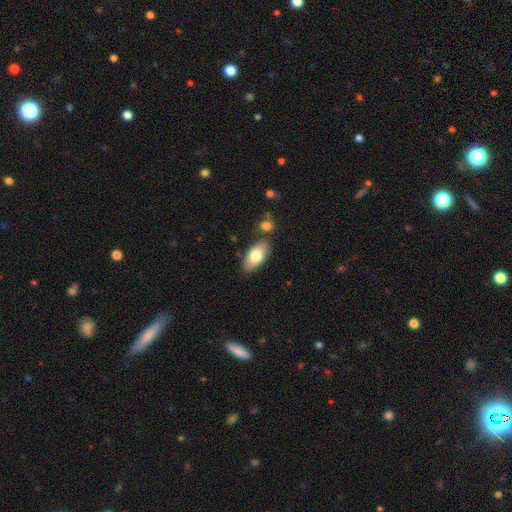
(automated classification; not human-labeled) Smooth or featured? Predicted: smooth (p=0.79). How rounded? Predicted: in between (p=0.93). Merging? Predicted: none (p=0.76).